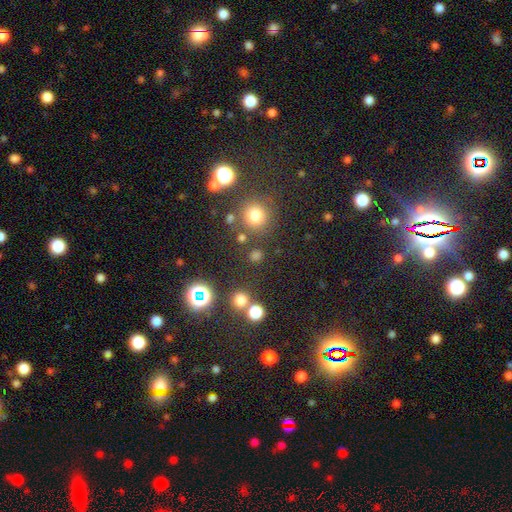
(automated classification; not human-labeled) Smooth or featured?
  - smooth: 61% *
  - star or artifact: 32%
  - featured or disk: 6%
How rounded?
  - round: 93% *
  - in between: 6%
  - cigar-shaped: 1%
Merging?
  - none: 83% *
  - minor disturbance: 7%
  - merger: 6%
  - major disturbance: 4%